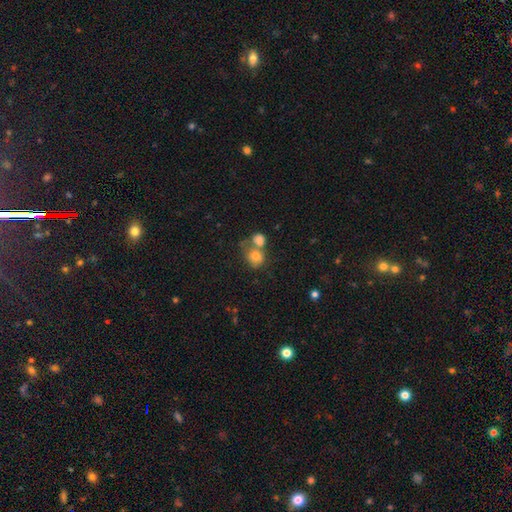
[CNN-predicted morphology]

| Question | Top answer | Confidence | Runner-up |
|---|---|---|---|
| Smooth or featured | smooth | 74% | featured or disk (14%) |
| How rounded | round | 68% | in between (31%) |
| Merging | merger | 49% | none (34%) |